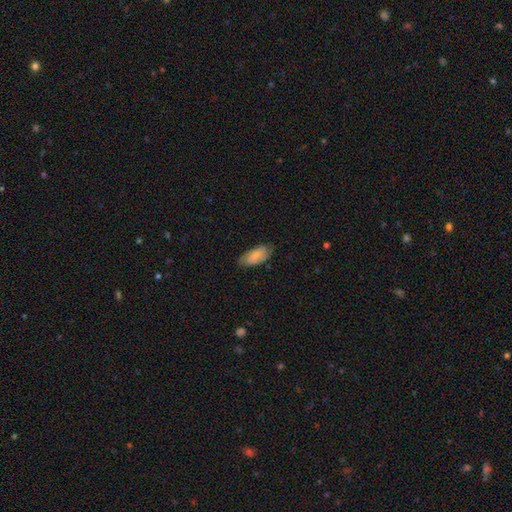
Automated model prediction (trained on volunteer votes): Overall: smooth (74%). How rounded: in between (91%). Merging: none (74%).